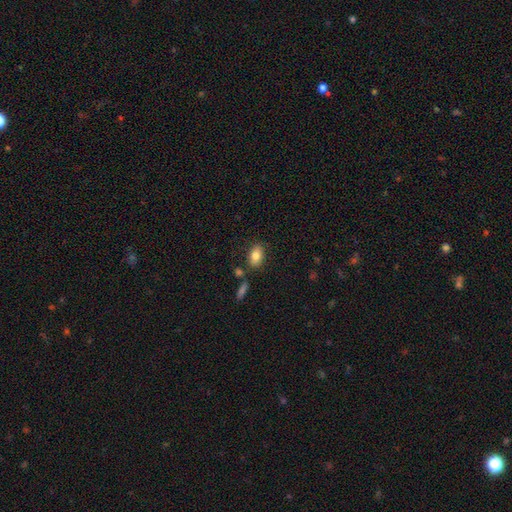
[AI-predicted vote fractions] Overall: smooth (83%). How rounded: in between (89%). Merging: none (79%).